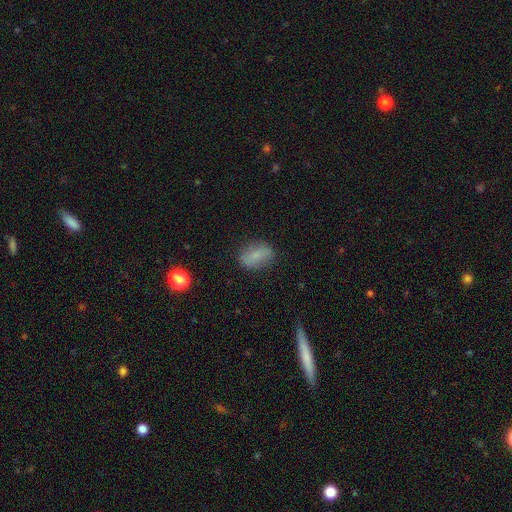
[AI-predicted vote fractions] Smooth or featured? smooth (73%)
How rounded? in between (80%)
Merging? none (82%)